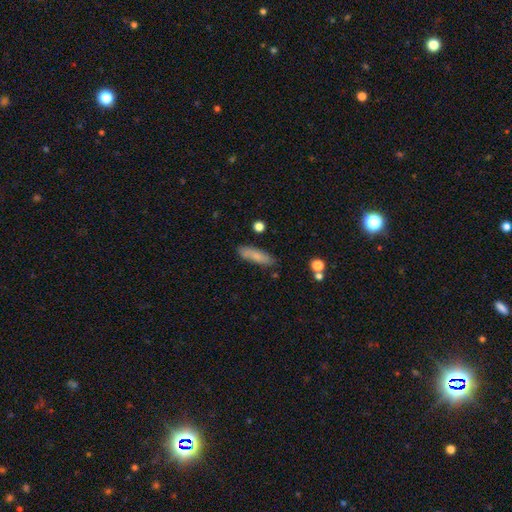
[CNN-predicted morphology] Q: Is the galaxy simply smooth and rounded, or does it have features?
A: smooth — 78%.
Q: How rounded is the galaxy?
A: cigar-shaped — 63%.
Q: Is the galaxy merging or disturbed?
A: none — 79%.